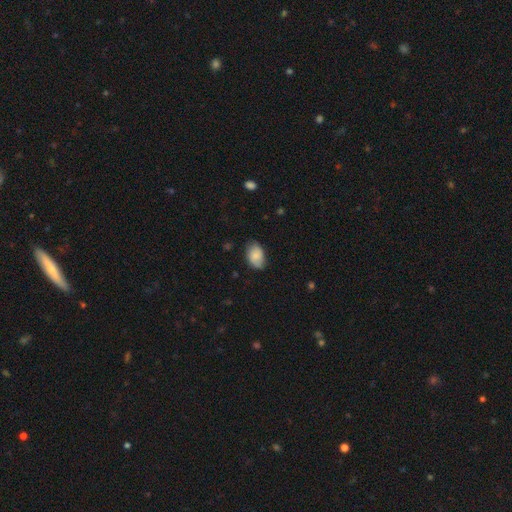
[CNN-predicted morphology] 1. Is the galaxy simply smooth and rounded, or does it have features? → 79% smooth, 14% featured or disk, 7% star or artifact.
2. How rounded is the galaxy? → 88% in between, 11% round, 1% cigar-shaped.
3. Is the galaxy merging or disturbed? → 72% none, 22% minor disturbance, 4% major disturbance, 1% merger.